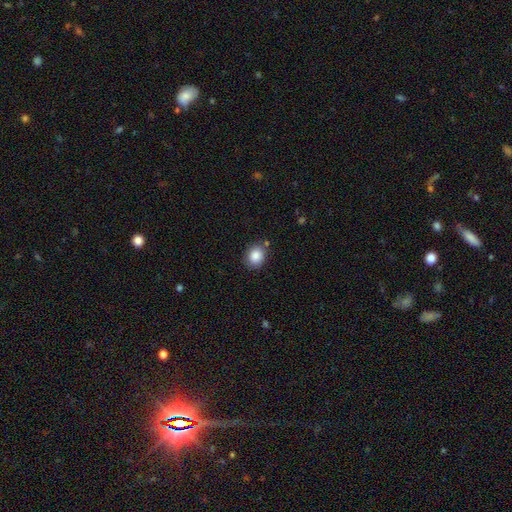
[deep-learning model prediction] smooth_or_featured: smooth (p=0.86) [alt: star or artifact p=0.09]
how_rounded: round (p=0.58) [alt: in between p=0.41]
merging: none (p=0.80) [alt: minor disturbance p=0.13]